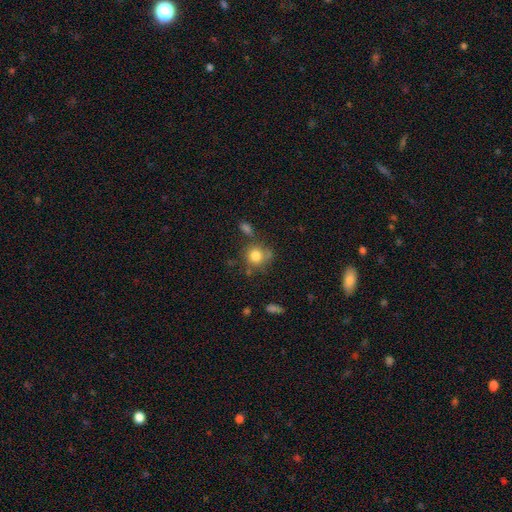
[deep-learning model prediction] Smooth or featured?
  - smooth: 81% *
  - star or artifact: 10%
  - featured or disk: 9%
How rounded?
  - round: 86% *
  - in between: 13%
  - cigar-shaped: 1%
Merging?
  - none: 66% *
  - minor disturbance: 16%
  - merger: 12%
  - major disturbance: 6%